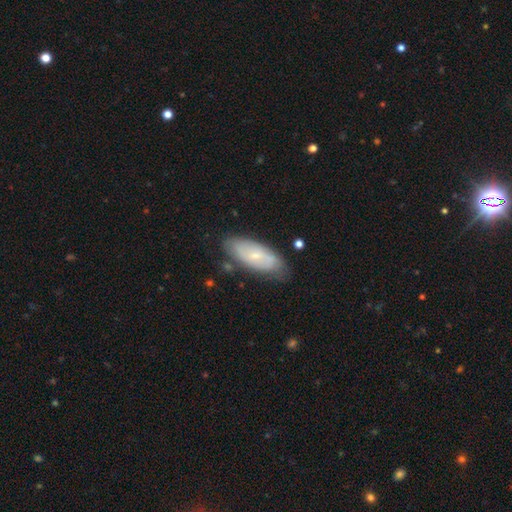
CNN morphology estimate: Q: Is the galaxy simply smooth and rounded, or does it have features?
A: smooth — 48%.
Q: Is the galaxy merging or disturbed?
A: none — 74%.